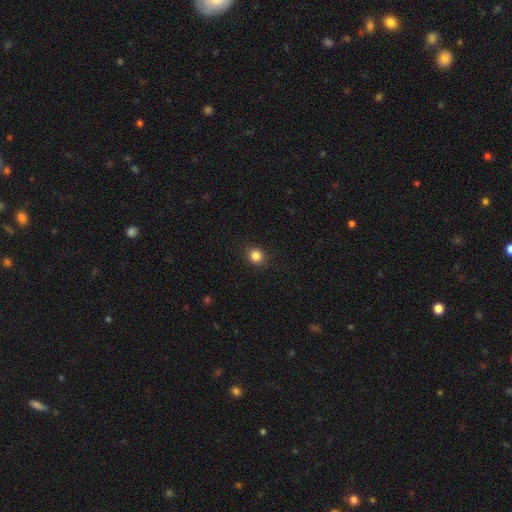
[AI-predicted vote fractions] Smooth or featured? smooth (85%)
How rounded? round (81%)
Merging? none (90%)